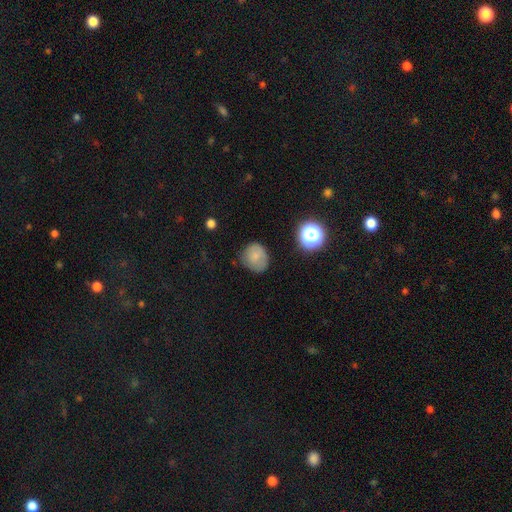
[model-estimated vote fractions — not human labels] Morphology: type=smooth (74%); roundness=round (73%); merging=none (66%).